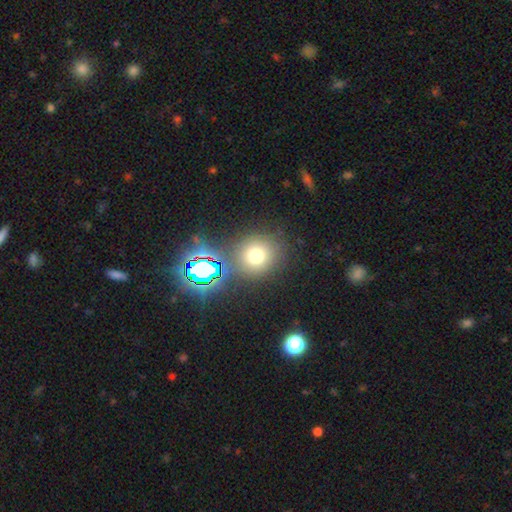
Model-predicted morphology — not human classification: Smooth or featured? smooth (66%)
How rounded? round (85%)
Merging? none (79%)